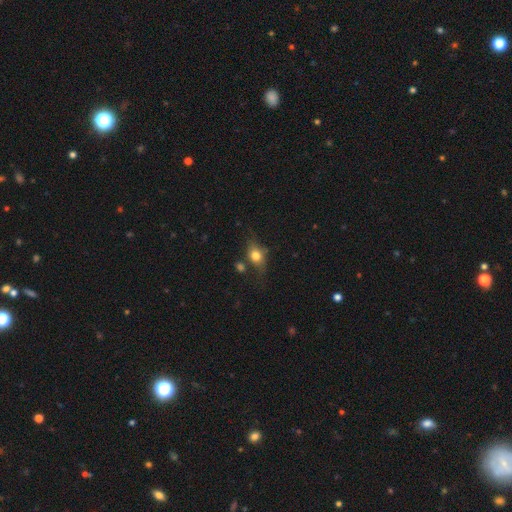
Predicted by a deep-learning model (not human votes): Smooth or featured?
  - smooth: 70% *
  - featured or disk: 20%
  - star or artifact: 10%
How rounded?
  - in between: 60% *
  - round: 36%
  - cigar-shaped: 5%
Merging?
  - none: 56% *
  - minor disturbance: 25%
  - major disturbance: 11%
  - merger: 8%